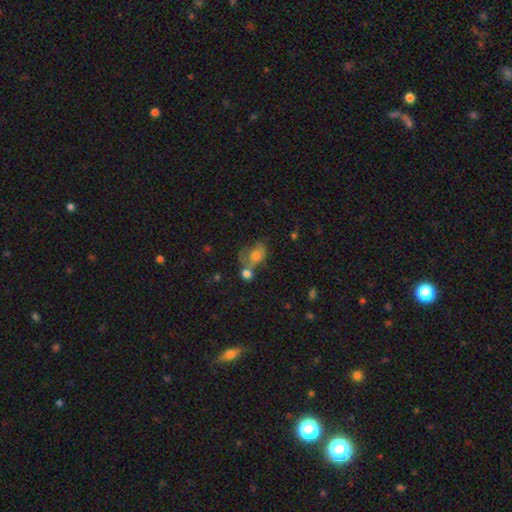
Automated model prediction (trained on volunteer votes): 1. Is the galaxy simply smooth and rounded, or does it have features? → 61% smooth, 25% featured or disk, 14% star or artifact.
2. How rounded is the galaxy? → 62% in between, 37% round, 2% cigar-shaped.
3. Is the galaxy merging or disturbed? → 37% merger, 27% none, 18% minor disturbance, 18% major disturbance.